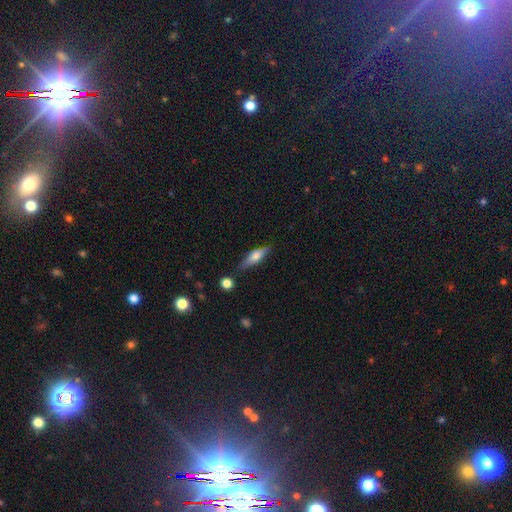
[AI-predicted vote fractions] Smooth or featured? featured or disk (47%)
Merging? none (74%)